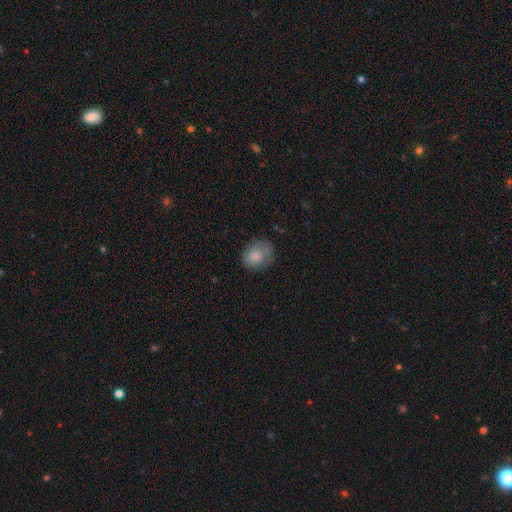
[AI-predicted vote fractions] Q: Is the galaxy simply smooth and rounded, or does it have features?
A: smooth — 81%.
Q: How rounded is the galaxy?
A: round — 55%.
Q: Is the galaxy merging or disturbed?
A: none — 65%.